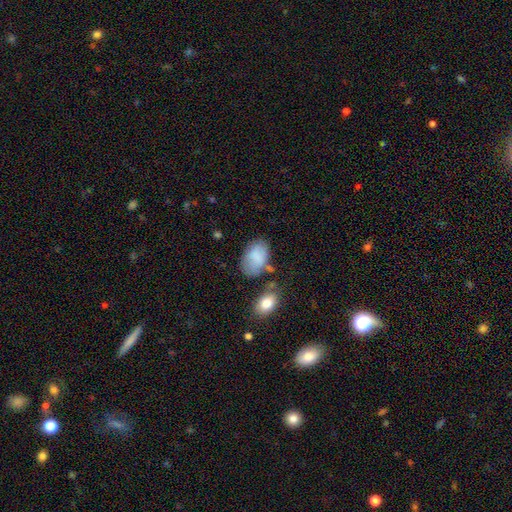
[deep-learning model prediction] Smooth or featured?
  - smooth: 80% *
  - featured or disk: 13%
  - star or artifact: 8%
How rounded?
  - in between: 89% *
  - round: 9%
  - cigar-shaped: 1%
Merging?
  - none: 53% *
  - minor disturbance: 27%
  - major disturbance: 10%
  - merger: 10%